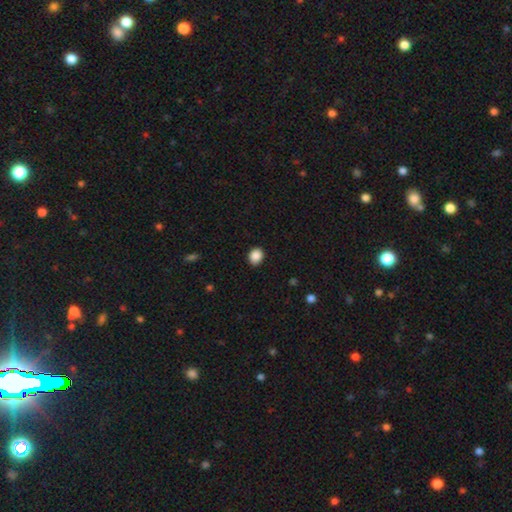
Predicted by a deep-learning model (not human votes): Smooth or featured? Predicted: smooth (p=0.88). How rounded? Predicted: round (p=0.63). Merging? Predicted: none (p=0.90).